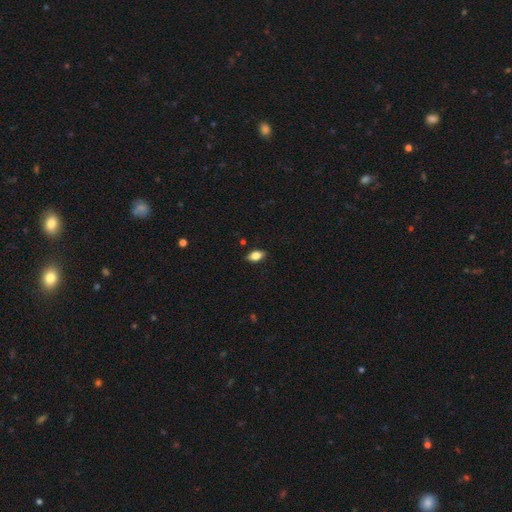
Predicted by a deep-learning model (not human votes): A smooth galaxy with no disk features (76%) that is in between round and cigar-shaped (87%). Merging: none (86%).